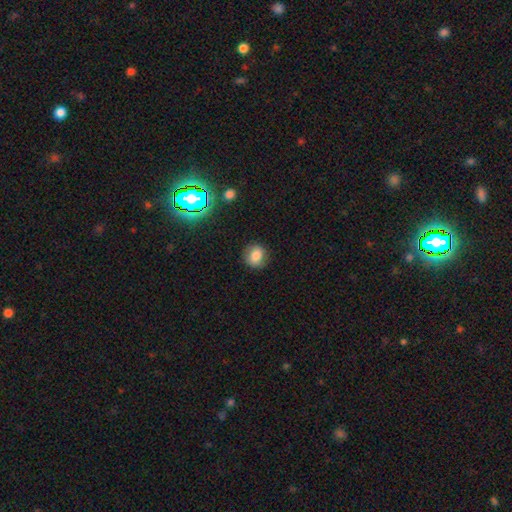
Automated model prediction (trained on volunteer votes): Smooth or featured? Predicted: smooth (p=0.78). How rounded? Predicted: round (p=0.75). Merging? Predicted: none (p=0.85).